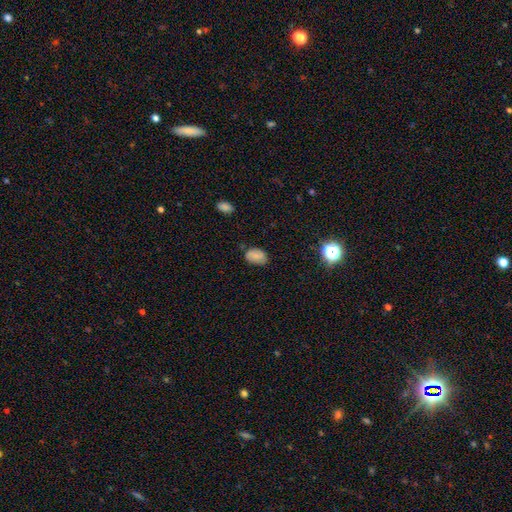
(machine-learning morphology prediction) smooth-or-featured: smooth: 76% | featured or disk: 12% | star or artifact: 11%
  how-rounded: in between: 87% | round: 12% | cigar-shaped: 1%
  merging: none: 74% | minor disturbance: 20% | major disturbance: 4% | merger: 2%